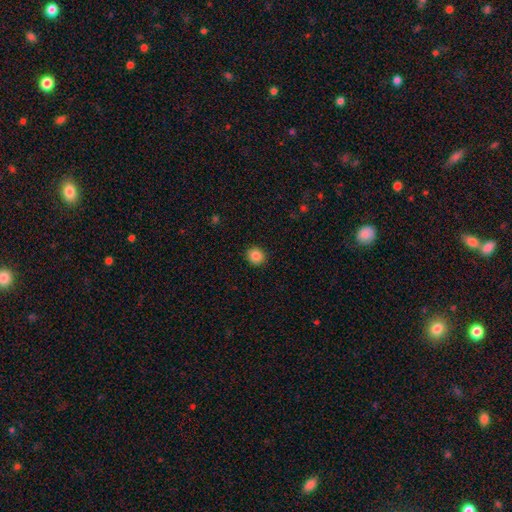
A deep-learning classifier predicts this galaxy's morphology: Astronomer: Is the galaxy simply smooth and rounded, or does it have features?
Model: smooth — 85%.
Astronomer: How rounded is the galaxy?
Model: round — 86%.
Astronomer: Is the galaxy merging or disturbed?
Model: none — 92%.